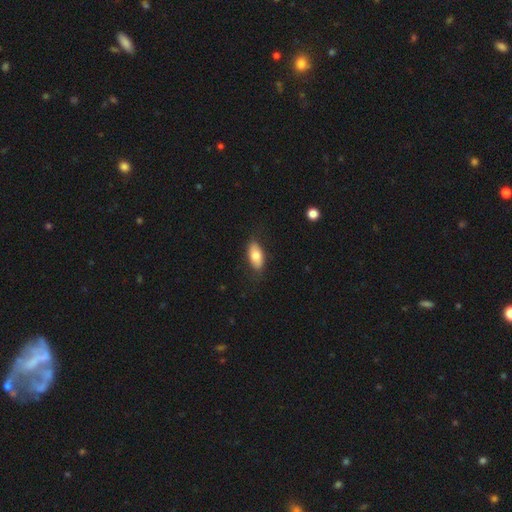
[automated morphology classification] Smooth or featured? Predicted: smooth (p=0.76). How rounded? Predicted: in between (p=0.88). Merging? Predicted: none (p=0.81).